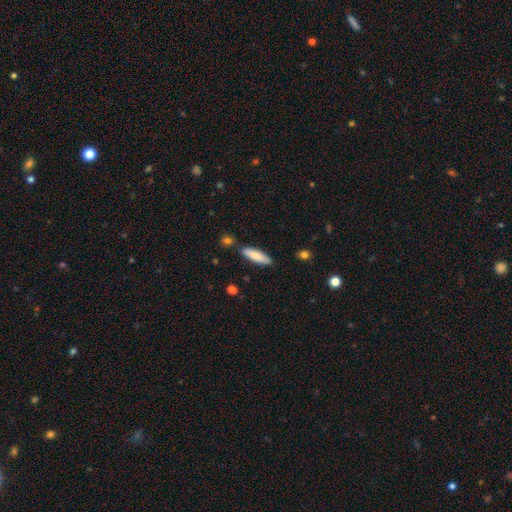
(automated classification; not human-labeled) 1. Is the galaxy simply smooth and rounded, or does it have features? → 78% smooth, 16% featured or disk, 6% star or artifact.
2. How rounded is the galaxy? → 55% cigar-shaped, 43% in between, 2% round.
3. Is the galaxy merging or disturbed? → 85% none, 11% minor disturbance, 3% merger, 2% major disturbance.